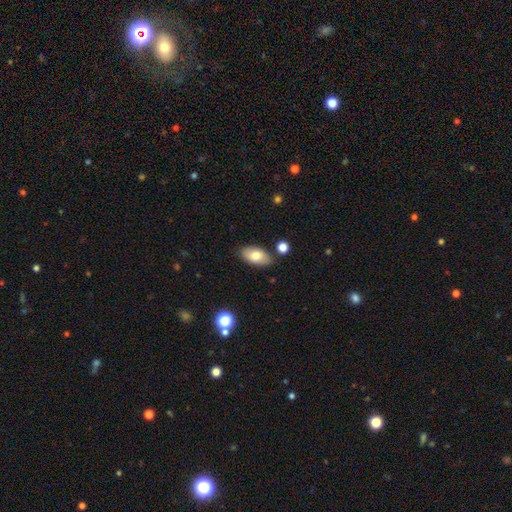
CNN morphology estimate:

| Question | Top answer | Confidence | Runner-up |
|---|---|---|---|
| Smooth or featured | smooth | 77% | featured or disk (16%) |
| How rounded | in between | 93% | round (4%) |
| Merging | none | 83% | minor disturbance (11%) |